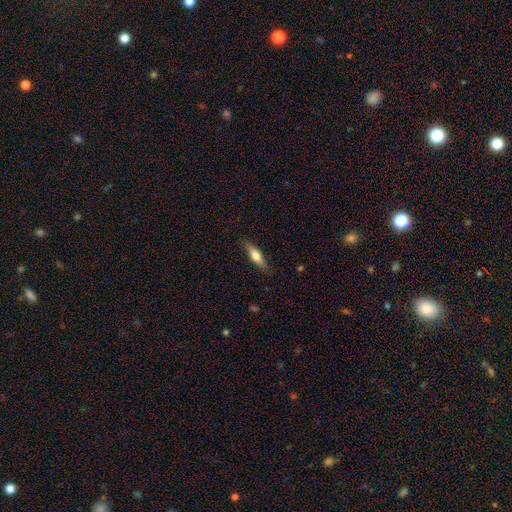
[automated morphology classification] smooth-or-featured: smooth: 62% | featured or disk: 32% | star or artifact: 6%
  how-rounded: cigar-shaped: 54% | in between: 44% | round: 2%
  merging: none: 83% | minor disturbance: 13% | major disturbance: 3% | merger: 1%